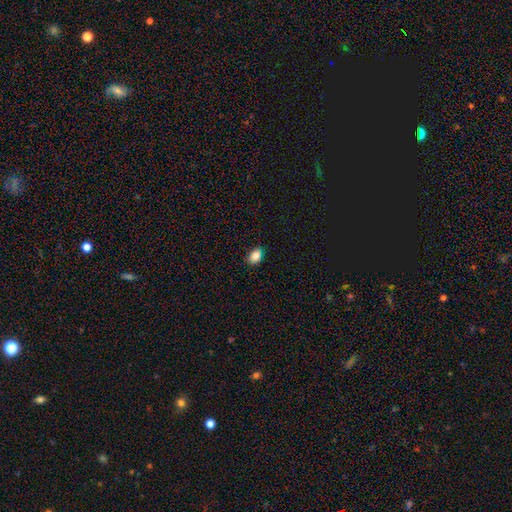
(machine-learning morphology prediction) Smooth or featured?
  - smooth: 85% *
  - star or artifact: 9%
  - featured or disk: 6%
How rounded?
  - in between: 80% *
  - round: 18%
  - cigar-shaped: 2%
Merging?
  - none: 83% *
  - minor disturbance: 14%
  - major disturbance: 2%
  - merger: 1%